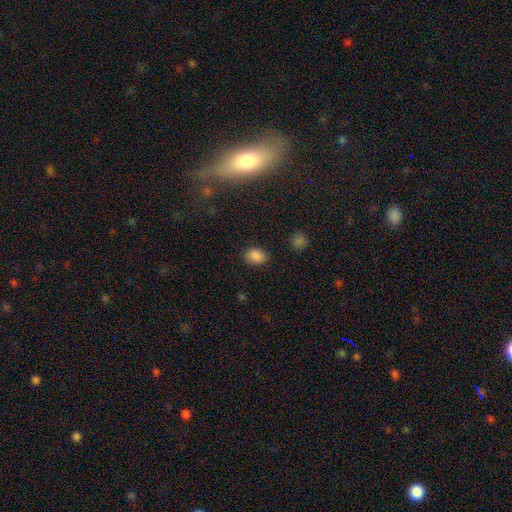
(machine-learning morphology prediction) Smooth or featured? Predicted: smooth (p=0.86). How rounded? Predicted: in between (p=0.67). Merging? Predicted: none (p=0.85).